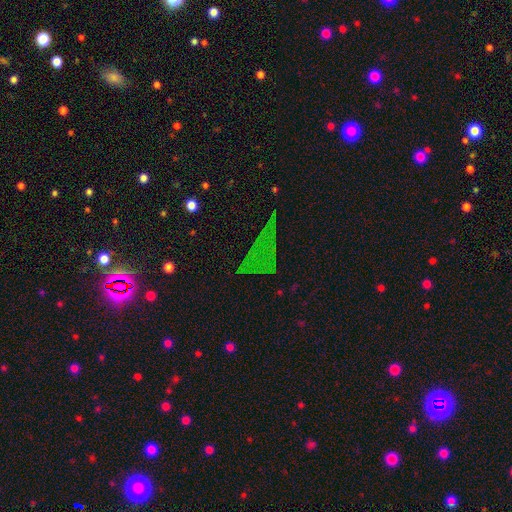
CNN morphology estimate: type=star or artifact (67%).